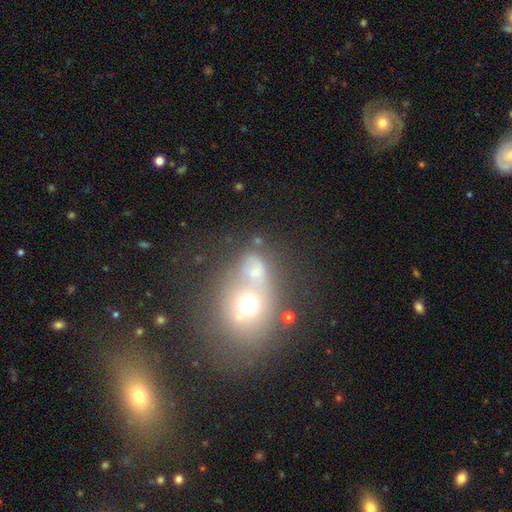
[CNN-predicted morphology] smooth 53%, star or artifact 24%, featured or disk 23%. Down the decision tree: how rounded — round (57%); merging — merger (47%).